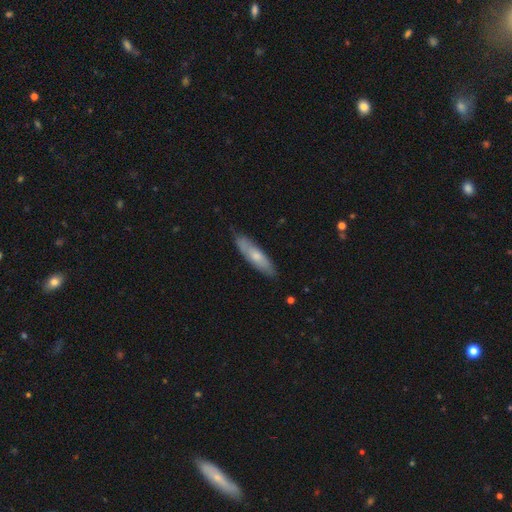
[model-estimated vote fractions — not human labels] A smooth galaxy with no disk features (57%) that is cigar-shaped (67%).

Vote fractions:
- Smooth or featured? smooth: 57% / featured or disk: 37% / star or artifact: 6%
- How rounded? cigar-shaped: 67% / in between: 31% / round: 2%
- Merging? none: 78% / minor disturbance: 18% / major disturbance: 3% / merger: 1%